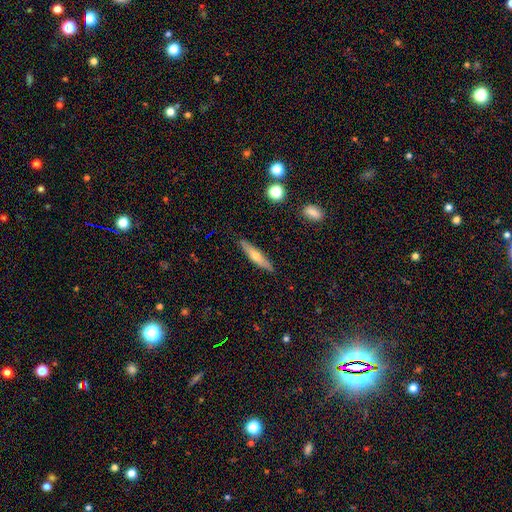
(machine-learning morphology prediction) Smooth or featured? smooth (49%)
Merging? none (88%)